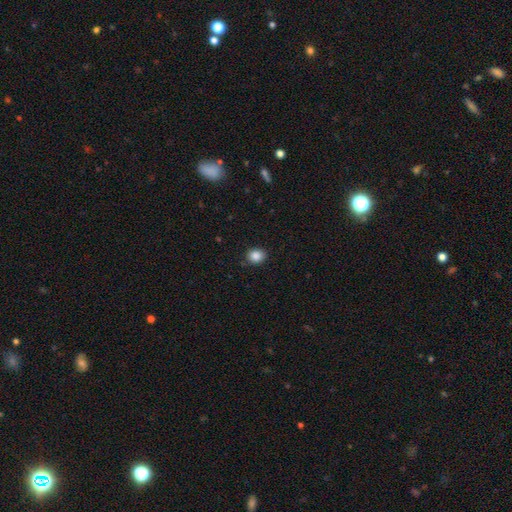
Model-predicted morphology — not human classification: smooth_or_featured: smooth (p=0.87) [alt: star or artifact p=0.10]
how_rounded: round (p=0.67) [alt: in between p=0.32]
merging: none (p=0.88) [alt: minor disturbance p=0.08]